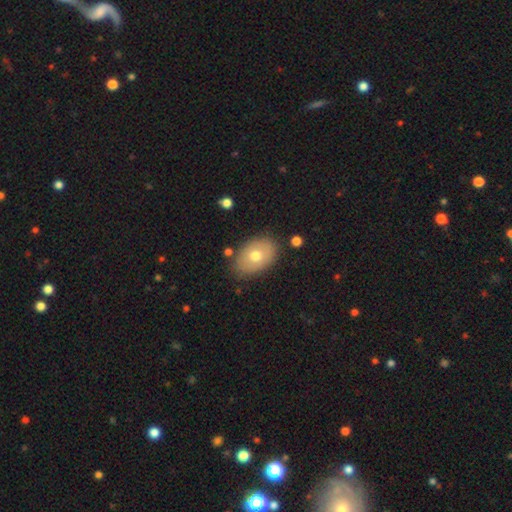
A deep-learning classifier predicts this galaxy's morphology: Q: Smooth or featured?
A: smooth (67%); runner-up: featured or disk (26%)
Q: How rounded?
A: in between (86%); runner-up: round (13%)
Q: Merging?
A: none (81%); runner-up: minor disturbance (13%)